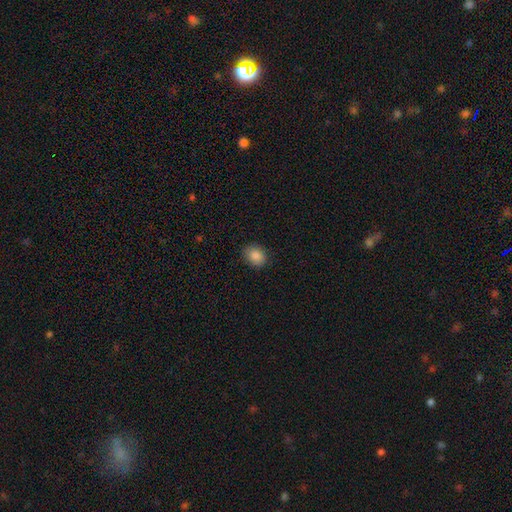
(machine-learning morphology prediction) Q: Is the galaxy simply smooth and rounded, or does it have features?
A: smooth — 87%.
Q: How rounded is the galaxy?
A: in between — 54%.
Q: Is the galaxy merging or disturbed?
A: none — 85%.